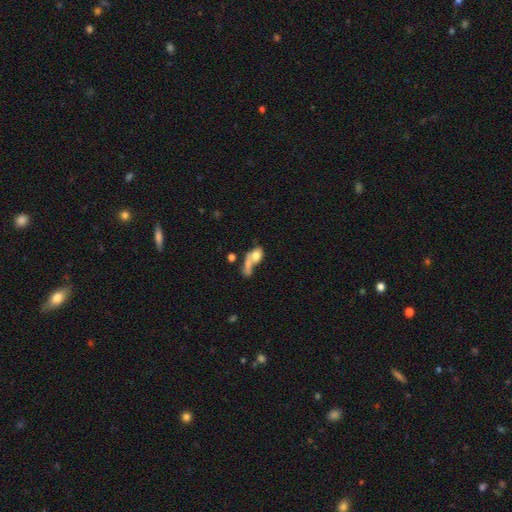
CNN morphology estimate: A smooth galaxy with no disk features (60%) that is in between round and cigar-shaped (62%). Merging: merger (48%).